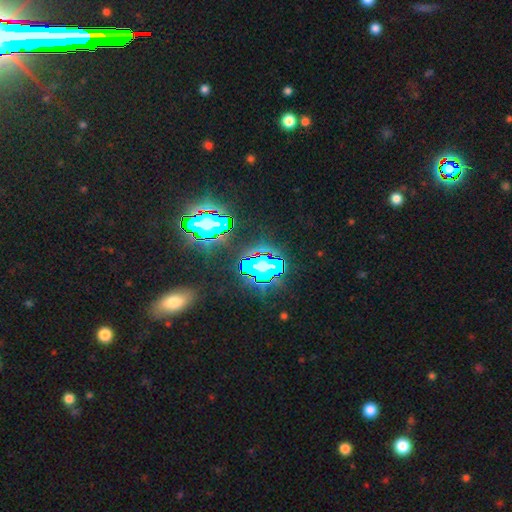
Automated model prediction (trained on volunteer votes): Smooth or featured? Predicted: star or artifact (p=0.78).